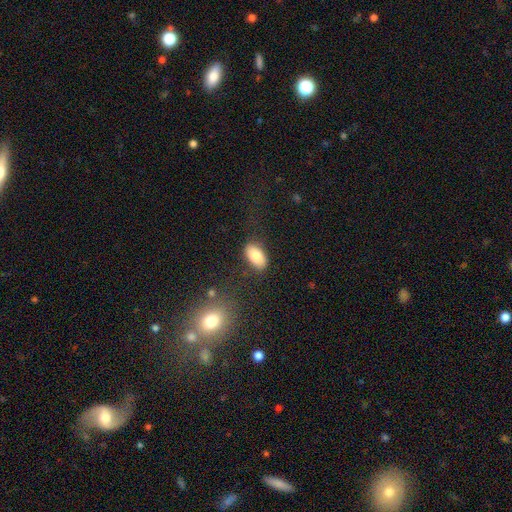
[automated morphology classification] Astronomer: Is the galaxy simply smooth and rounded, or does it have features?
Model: smooth — 82%.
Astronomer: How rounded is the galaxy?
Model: in between — 93%.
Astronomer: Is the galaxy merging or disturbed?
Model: none — 81%.